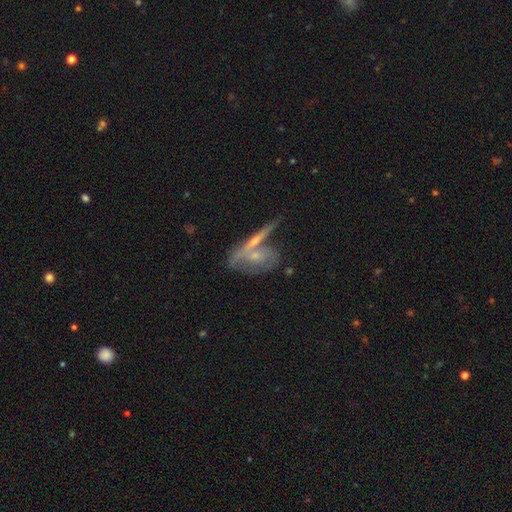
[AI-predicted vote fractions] Morphology: type=featured or disk (63%); edge-on=no (60%); merging=merger (44%).